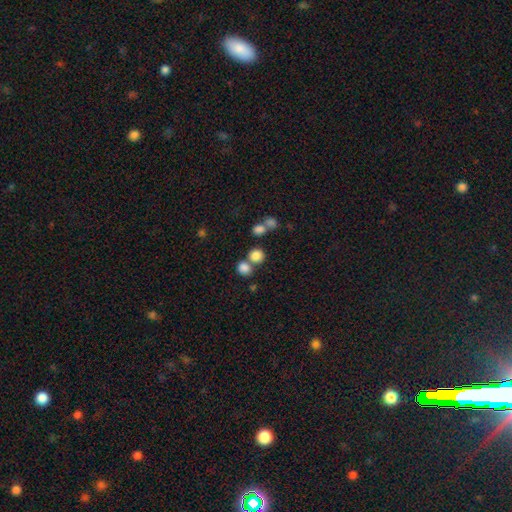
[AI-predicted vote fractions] Morphology: type=smooth (81%); roundness=round (85%); merging=none (57%).